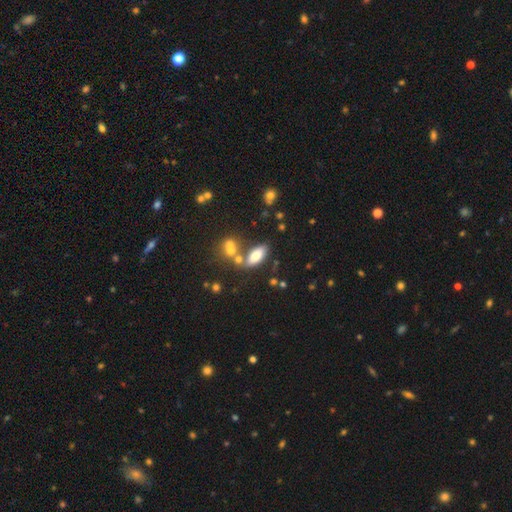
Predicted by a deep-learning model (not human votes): Smooth or featured: smooth — 73% (featured or disk — 17%)
How rounded: in between — 85% (cigar-shaped — 12%)
Merging: none — 59% (merger — 24%)